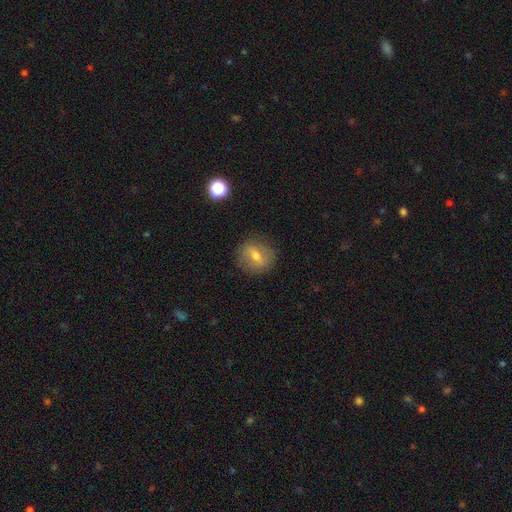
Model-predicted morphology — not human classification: smooth 60%, featured or disk 31%, star or artifact 10%. Down the decision tree: how rounded — round (71%); merging — none (83%).